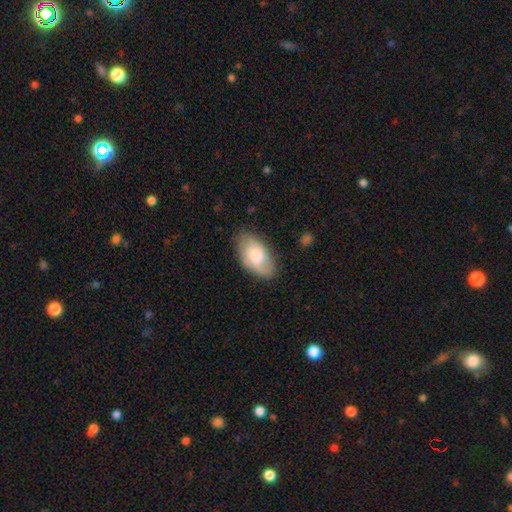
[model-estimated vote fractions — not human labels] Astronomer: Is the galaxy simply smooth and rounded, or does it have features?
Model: smooth — 66%.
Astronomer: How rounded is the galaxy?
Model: in between — 94%.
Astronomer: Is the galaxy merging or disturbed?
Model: none — 74%.